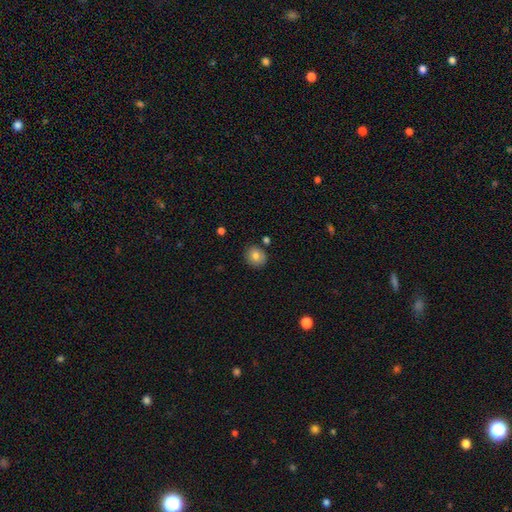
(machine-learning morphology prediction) type=smooth (79%); roundness=round (79%); merging=none (84%).